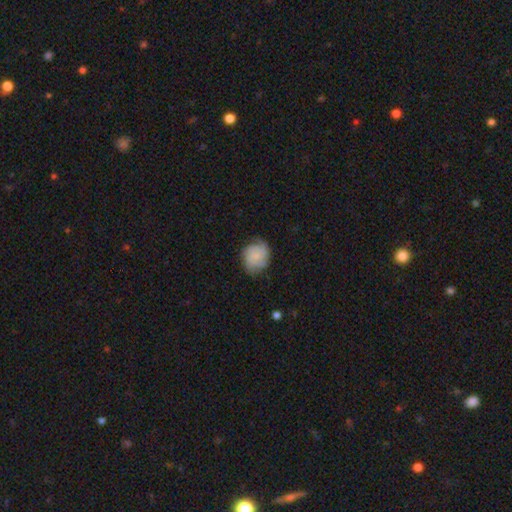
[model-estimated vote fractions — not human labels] Overall: smooth (52%; featured or disk 41%). How rounded: round (73%). Merging: none (67%).